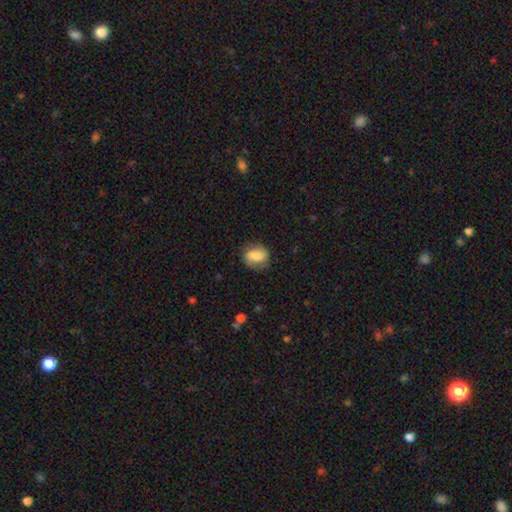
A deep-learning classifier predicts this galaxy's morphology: The model was most divided on "how rounded": in between: 50%, round: 48%, cigar-shaped: 2%. More confident: merging — none (76%); smooth or featured — smooth (71%).